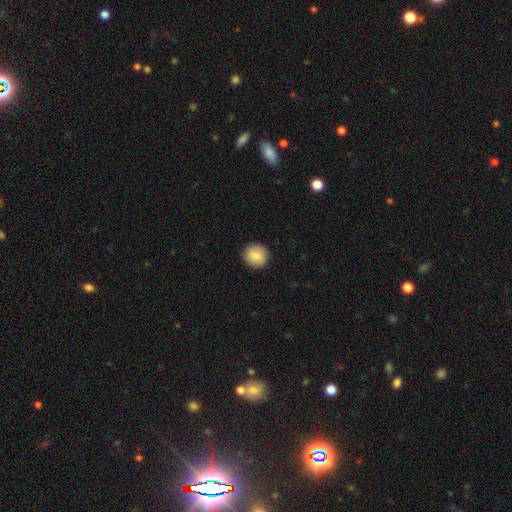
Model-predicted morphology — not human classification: smooth 85%, featured or disk 8%, star or artifact 7%. Down the decision tree: how rounded — round (92%); merging — none (91%).